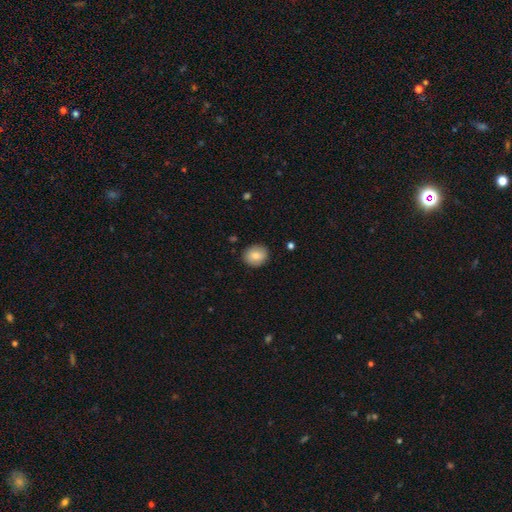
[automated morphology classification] smooth_or_featured: smooth (p=0.80) [alt: featured or disk p=0.12]
how_rounded: round (p=0.62) [alt: in between p=0.37]
merging: none (p=0.87) [alt: minor disturbance p=0.10]